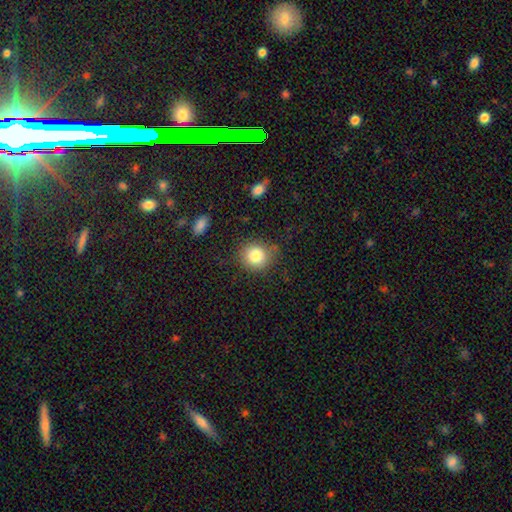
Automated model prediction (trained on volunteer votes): Smooth or featured? smooth (83%)
How rounded? round (83%)
Merging? none (78%)